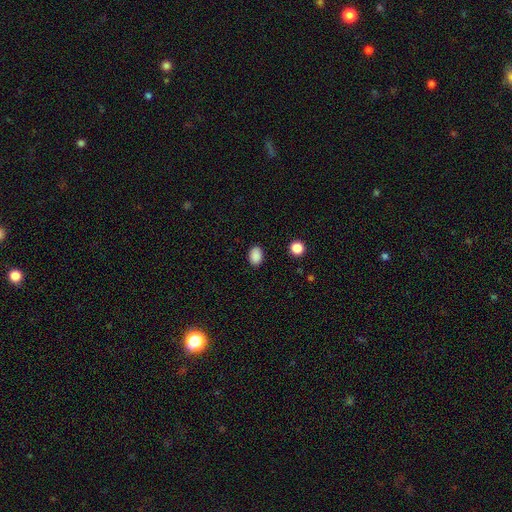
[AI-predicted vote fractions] A smooth galaxy with no disk features (88%) that is in between round and cigar-shaped (78%).

Vote fractions:
- Smooth or featured? smooth: 88% / star or artifact: 9% / featured or disk: 3%
- How rounded? in between: 78% / round: 21% / cigar-shaped: 1%
- Merging? none: 88% / minor disturbance: 8% / major disturbance: 2% / merger: 1%